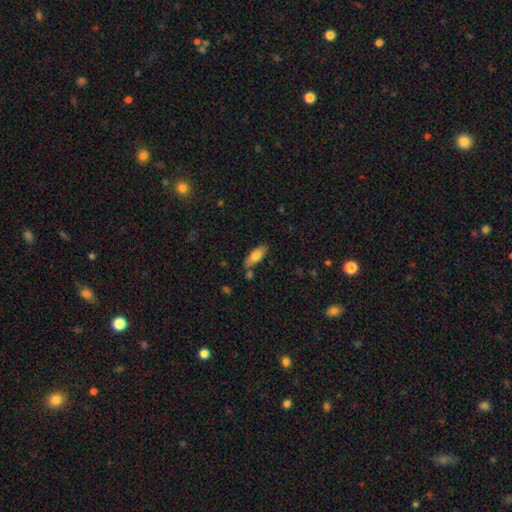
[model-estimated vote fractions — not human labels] smooth 73%, featured or disk 20%, star or artifact 7%. Down the decision tree: how rounded — in between (72%); merging — none (67%).